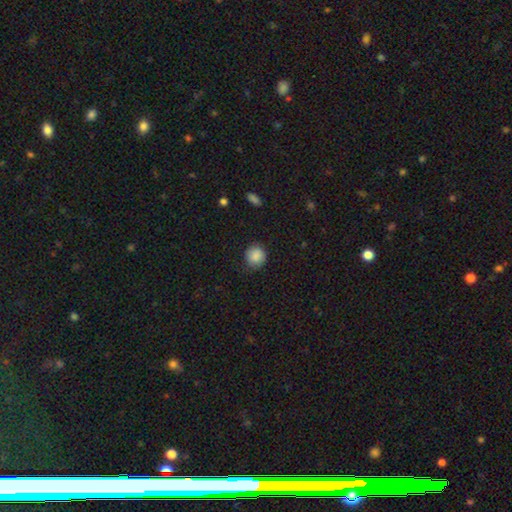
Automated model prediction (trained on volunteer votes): Q: Smooth or featured?
A: smooth (87%); runner-up: star or artifact (8%)
Q: How rounded?
A: round (89%); runner-up: in between (10%)
Q: Merging?
A: none (81%); runner-up: minor disturbance (15%)